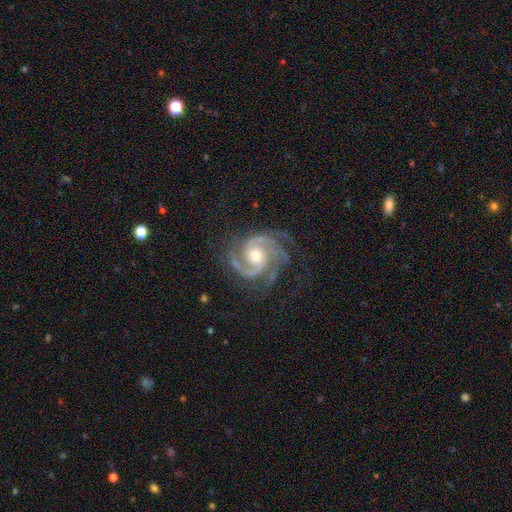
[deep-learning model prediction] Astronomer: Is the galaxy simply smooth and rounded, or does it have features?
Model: featured or disk — 93%.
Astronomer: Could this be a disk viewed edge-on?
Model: no — 98%.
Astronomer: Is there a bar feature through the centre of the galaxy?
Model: no — 67%.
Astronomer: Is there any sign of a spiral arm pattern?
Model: yes — 99%.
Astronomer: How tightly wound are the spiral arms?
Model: tight — 51% (runner-up: medium, 43%).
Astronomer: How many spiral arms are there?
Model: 3 — 47% (runner-up: 2, 28%).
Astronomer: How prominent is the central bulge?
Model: moderate — 69%.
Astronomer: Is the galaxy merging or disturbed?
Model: none — 71%.